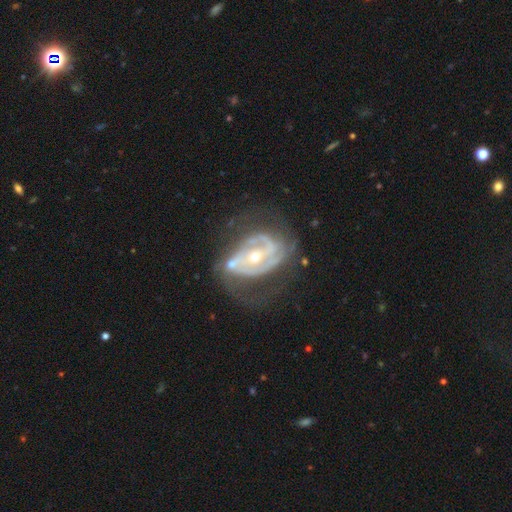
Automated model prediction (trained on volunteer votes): Smooth or featured: featured or disk — 87% (smooth — 7%)
Edge-on disk: no — 96% (yes — 4%)
Bar: no — 37% (weak — 33%)
Spiral arms: yes — 90% (no — 10%)
Spiral winding: tight — 51% (medium — 36%)
Spiral arm count: 2 — 54% (can't tell — 20%)
Bulge size: small — 49% (moderate — 48%)
Merging: none — 51% (minor disturbance — 21%)